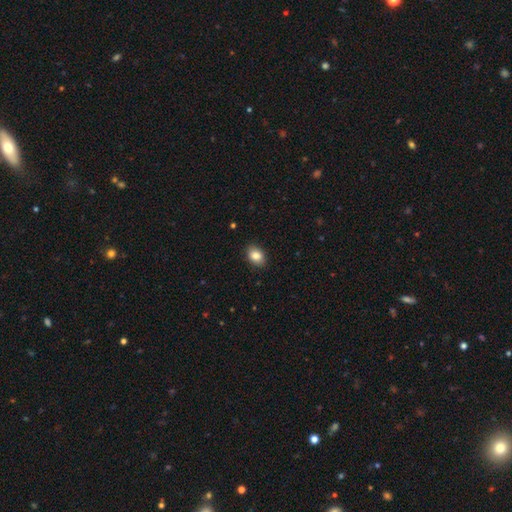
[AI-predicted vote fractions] The model was most divided on "how rounded": in between: 77%, round: 22%, cigar-shaped: 1%. More confident: merging — none (89%); smooth or featured — smooth (85%).